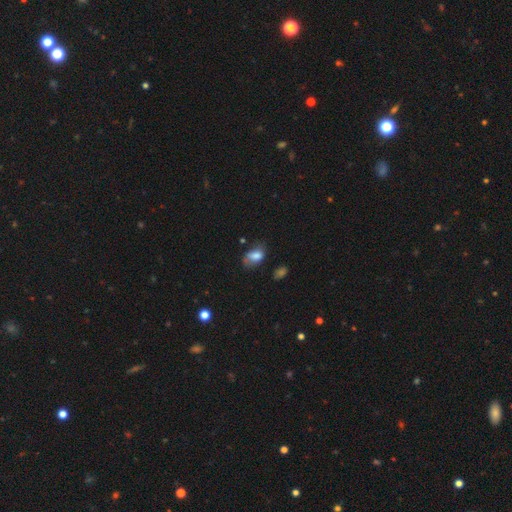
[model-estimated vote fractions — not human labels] A smooth galaxy with no disk features (72%) that is in between round and cigar-shaped (86%).

Vote fractions:
- Smooth or featured? smooth: 72% / featured or disk: 18% / star or artifact: 10%
- How rounded? in between: 86% / round: 11% / cigar-shaped: 2%
- Merging? none: 44% / minor disturbance: 34% / major disturbance: 18% / merger: 4%